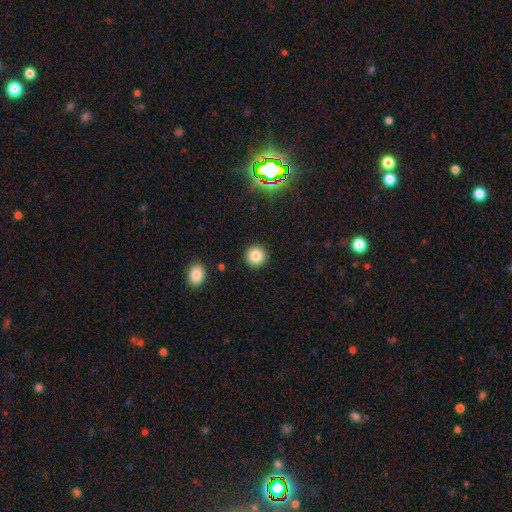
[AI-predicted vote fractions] Q: Smooth or featured?
A: smooth (83%); runner-up: star or artifact (11%)
Q: How rounded?
A: round (94%); runner-up: in between (5%)
Q: Merging?
A: none (92%); runner-up: minor disturbance (5%)